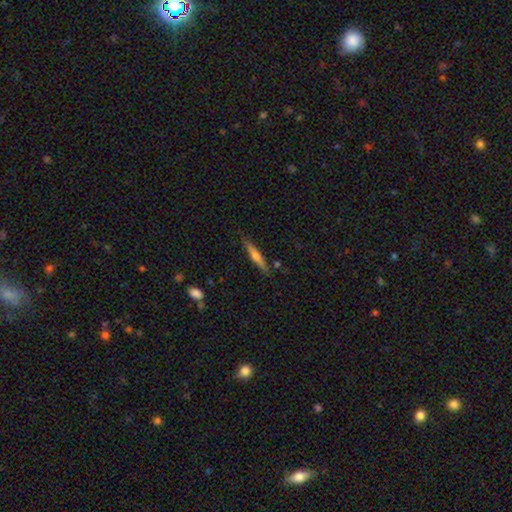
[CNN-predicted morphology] Overall: featured or disk (50%; smooth 43%). Edge-on disk: yes (96%). Merging: none (85%).